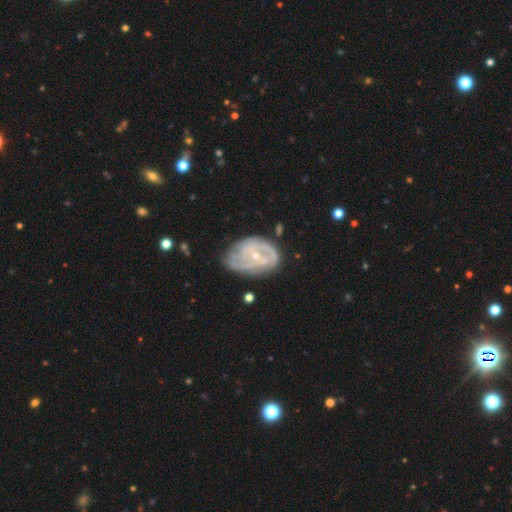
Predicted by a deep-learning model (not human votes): Morphology: type=featured or disk (82%); edge-on=no (97%); bar=no (58%); spiral arms=yes (88%); winding=tight (56%); arm count=2 (34%); bulge=small (70%); merging=none (57%).